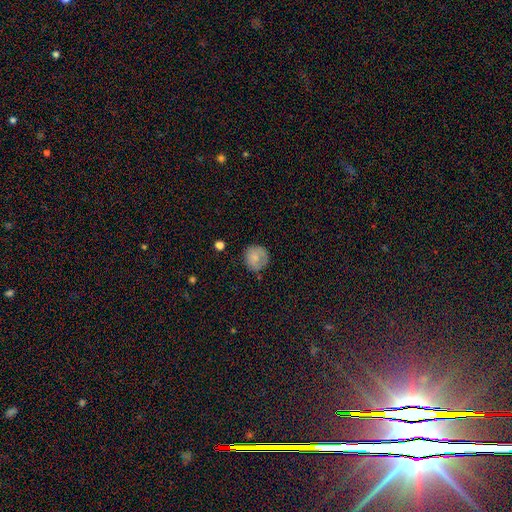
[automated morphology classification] Smooth or featured? Predicted: smooth (p=0.75). How rounded? Predicted: round (p=0.87). Merging? Predicted: none (p=0.69).